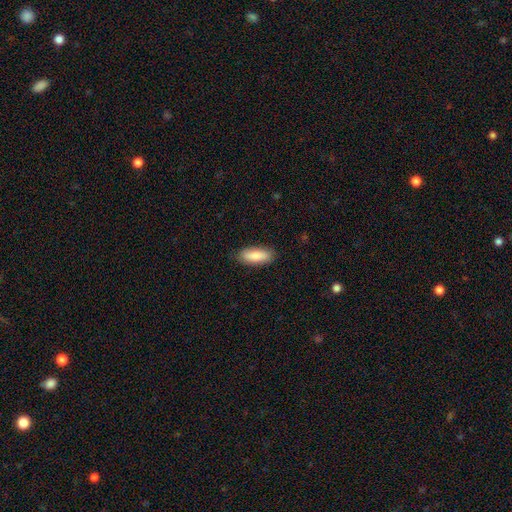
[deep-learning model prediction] This is clearly a smooth galaxy (86%). How rounded: likely in between (74%). Merging: clearly none (87%).